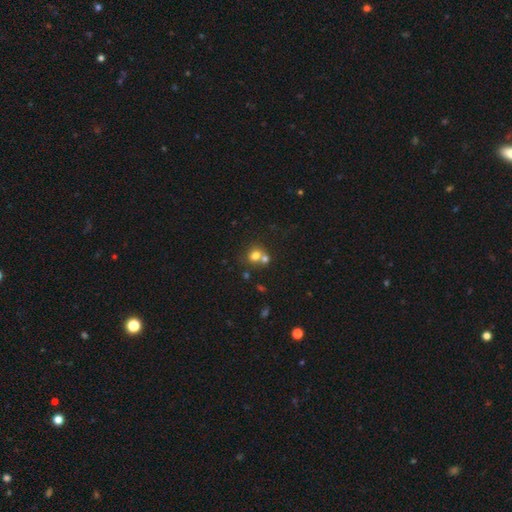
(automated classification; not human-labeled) Smooth or featured: smooth — 73% (star or artifact — 13%)
How rounded: round — 73% (in between — 26%)
Merging: merger — 47% (none — 42%)